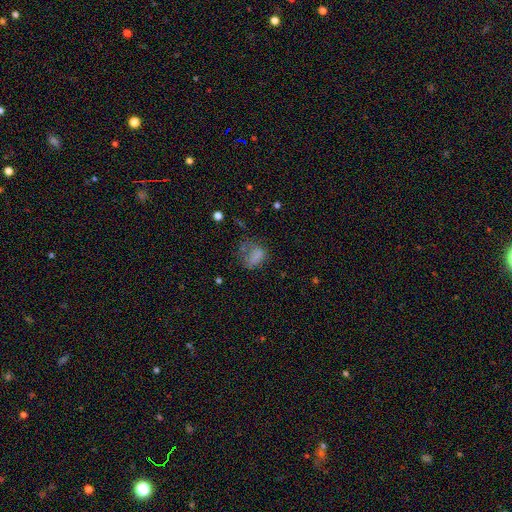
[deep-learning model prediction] This appears to be a smooth galaxy with no disk features (71%) that is in between round and cigar-shaped (68%). Merging: major disturbance (36%).